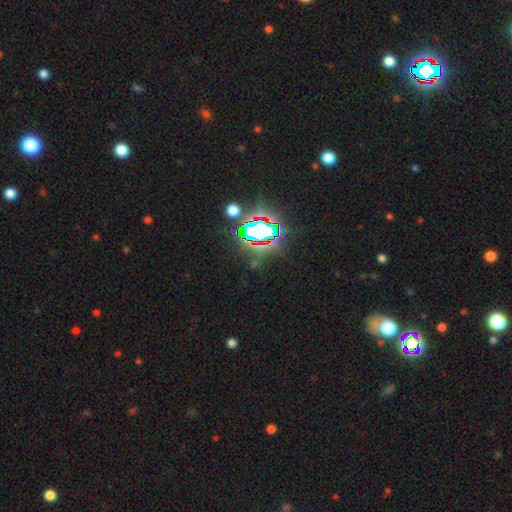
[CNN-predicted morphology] A star or artifact, not a galaxy (81%).

Vote fractions:
- Smooth or featured? star or artifact: 81% / smooth: 11% / featured or disk: 8%